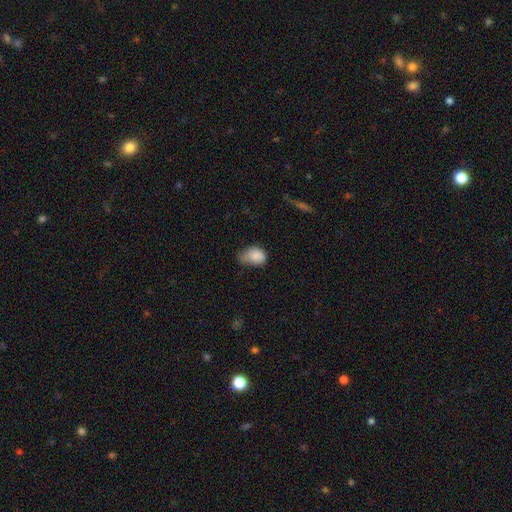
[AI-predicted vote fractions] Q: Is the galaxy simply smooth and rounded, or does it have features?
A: smooth — 82%.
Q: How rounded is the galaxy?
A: in between — 75%.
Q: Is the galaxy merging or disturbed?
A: minor disturbance — 49%.